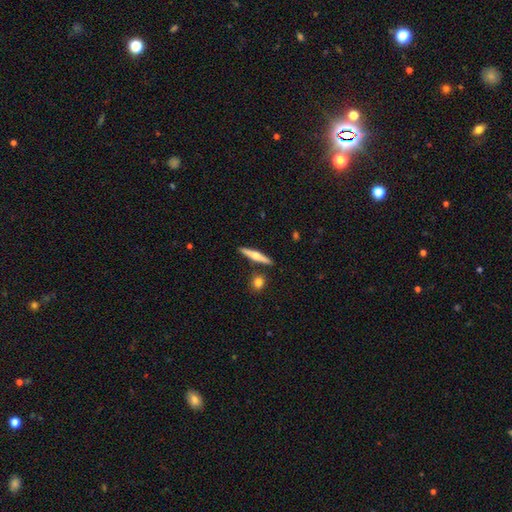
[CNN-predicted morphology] Smooth or featured? featured or disk (56%)
Edge-on disk? yes (97%)
Edge-on bulge? rounded (89%)
Merging? none (87%)